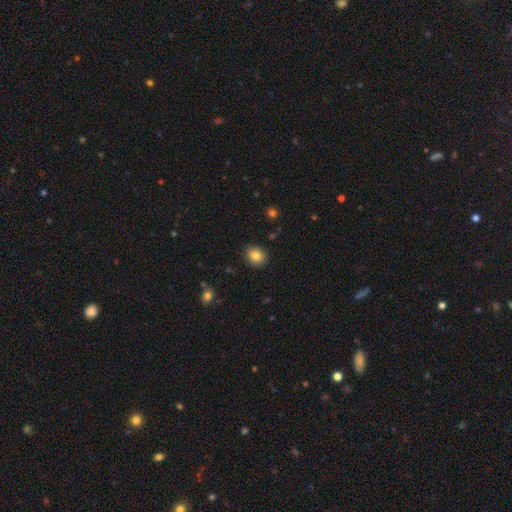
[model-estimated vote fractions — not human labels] Smooth or featured: smooth — 82% (star or artifact — 10%)
How rounded: round — 70% (in between — 29%)
Merging: none — 89% (minor disturbance — 8%)